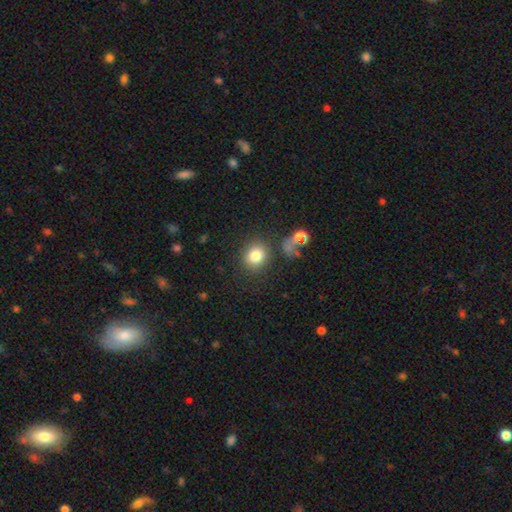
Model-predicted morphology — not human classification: type=smooth (81%); roundness=round (76%); merging=none (79%).